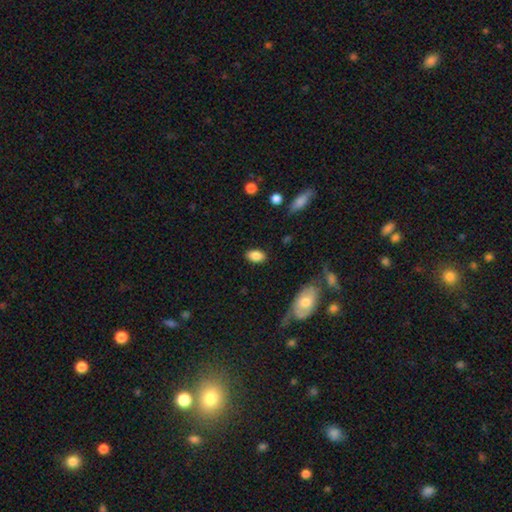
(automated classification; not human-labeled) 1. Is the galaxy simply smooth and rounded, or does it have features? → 86% smooth, 8% star or artifact, 6% featured or disk.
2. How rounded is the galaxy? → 91% in between, 7% round, 2% cigar-shaped.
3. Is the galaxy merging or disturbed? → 85% none, 10% minor disturbance, 3% major disturbance, 2% merger.